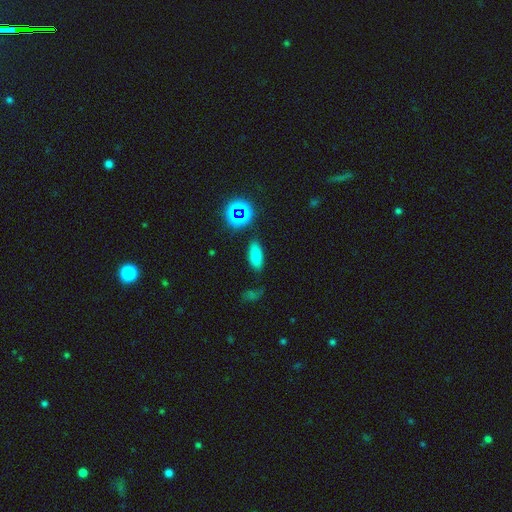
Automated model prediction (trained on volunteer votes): A smooth galaxy with no disk features (76%) that is in between round and cigar-shaped (82%). Merging: none (80%).